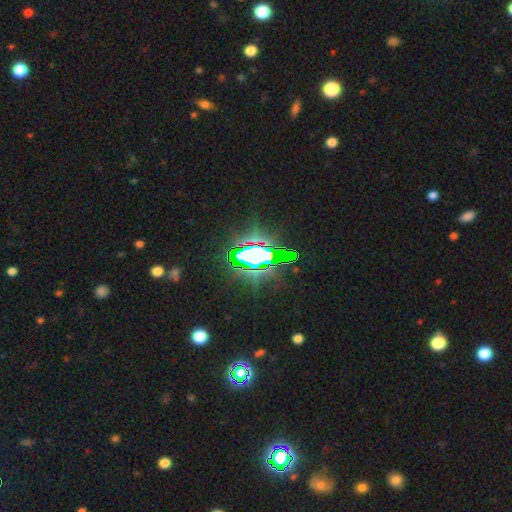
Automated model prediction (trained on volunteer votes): smooth_or_featured: star or artifact (p=0.69) [alt: smooth p=0.16]